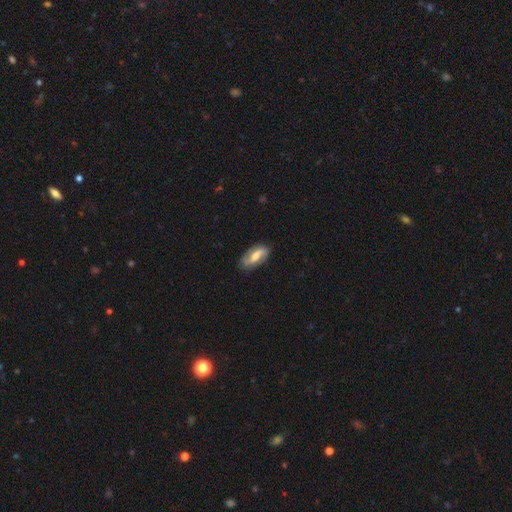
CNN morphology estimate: A featured or disk galaxy (64%) with a weak bar (43%), spiral arms (84%) and a moderate central bulge (58%). Merging: none (83%).